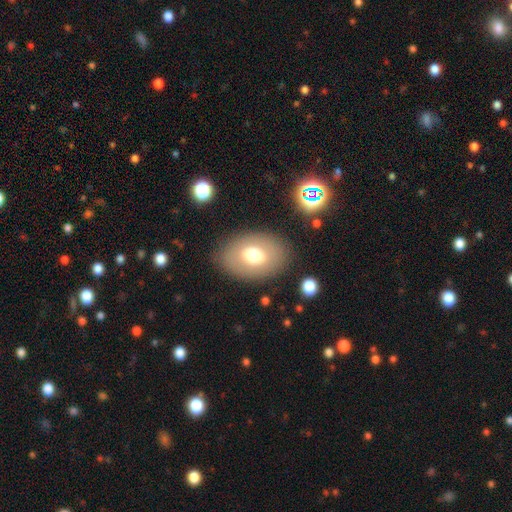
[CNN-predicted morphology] The model was most divided on "smooth or featured": smooth: 66%, featured or disk: 25%, star or artifact: 9%. More confident: merging — none (83%); how rounded — in between (81%).